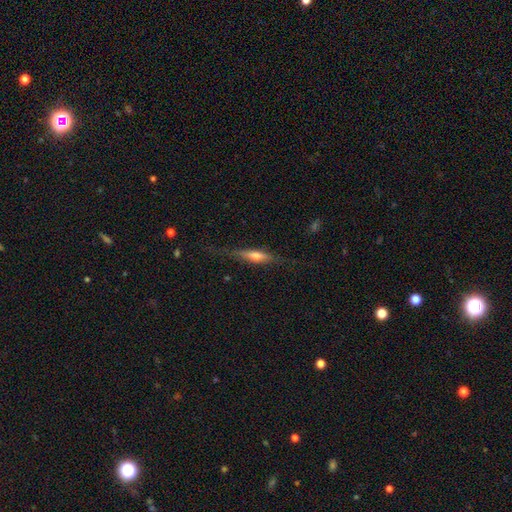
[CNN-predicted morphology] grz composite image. It shows a featured or disk galaxy (51%) viewed edge-on (92%). Merging: none (73%).